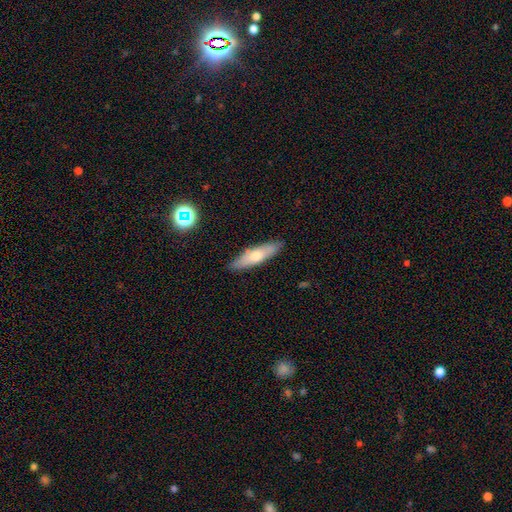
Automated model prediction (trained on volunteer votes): Smooth or featured?
  - smooth: 58% *
  - featured or disk: 35%
  - star or artifact: 7%
How rounded?
  - cigar-shaped: 68% *
  - in between: 30%
  - round: 2%
Merging?
  - none: 86% *
  - minor disturbance: 10%
  - major disturbance: 2%
  - merger: 1%